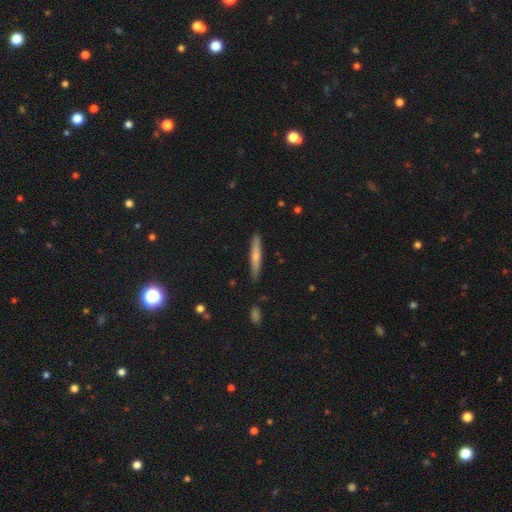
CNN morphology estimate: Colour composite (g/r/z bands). It shows a smooth galaxy with no disk features (62%) that is cigar-shaped (93%). Merging: none (87%).